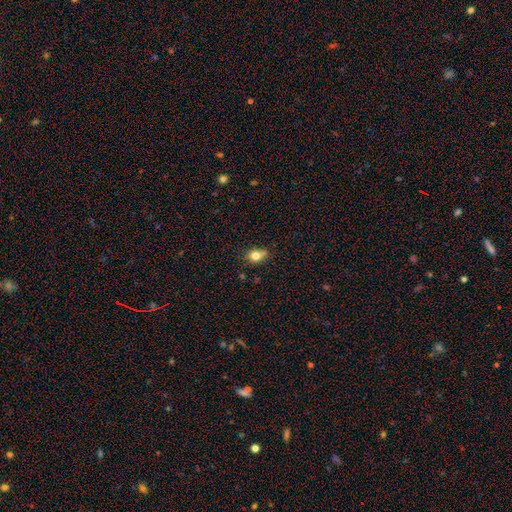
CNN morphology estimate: smooth-or-featured: smooth: 78% | star or artifact: 12% | featured or disk: 10%
  how-rounded: round: 56% | in between: 42% | cigar-shaped: 2%
  merging: none: 57% | minor disturbance: 26% | merger: 11% | major disturbance: 6%